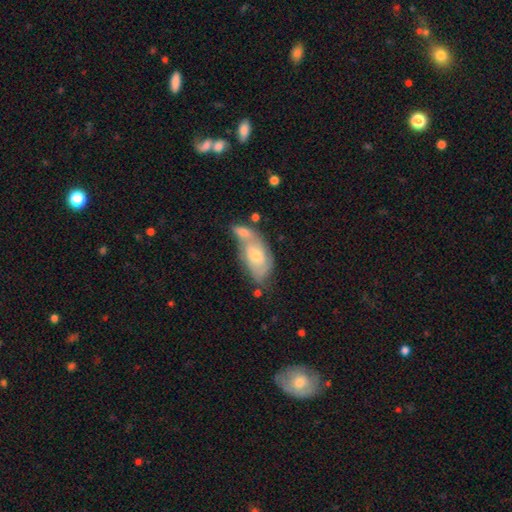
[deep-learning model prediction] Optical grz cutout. It shows a featured or disk galaxy (47%). Merging: merger (45%).